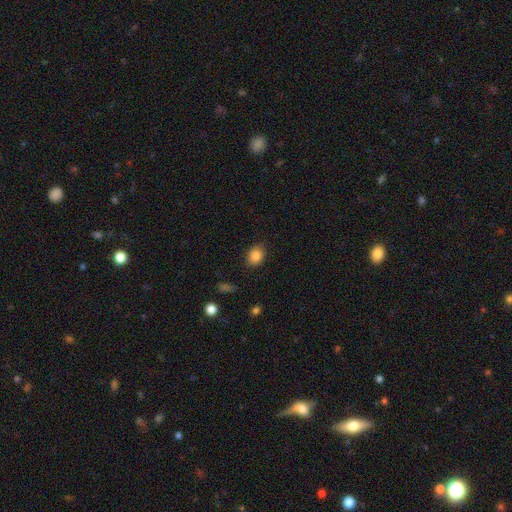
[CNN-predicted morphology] Smooth or featured: smooth — 84% (star or artifact — 9%)
How rounded: in between — 53% (round — 46%)
Merging: none — 86% (minor disturbance — 10%)